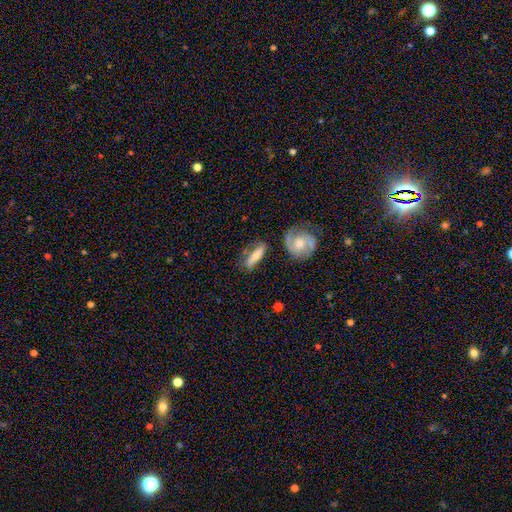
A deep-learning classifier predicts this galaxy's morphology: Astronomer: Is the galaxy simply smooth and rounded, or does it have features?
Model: smooth — 47% (runner-up: featured or disk, 46%).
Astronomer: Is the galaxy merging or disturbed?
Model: none — 63%.